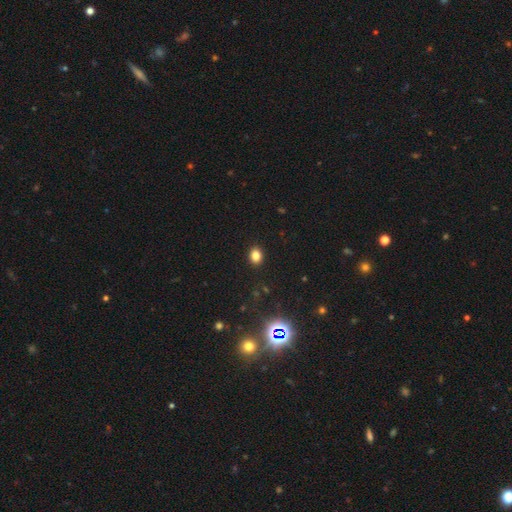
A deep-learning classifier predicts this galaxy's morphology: The model was most divided on "how rounded": in between: 57%, round: 42%, cigar-shaped: 1%. More confident: merging — none (90%); smooth or featured — smooth (81%).